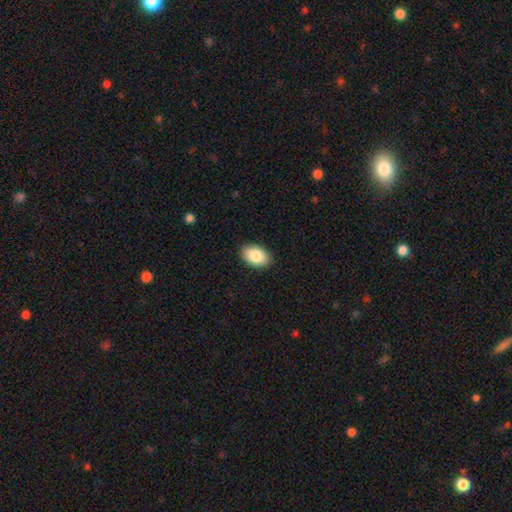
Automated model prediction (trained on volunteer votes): This appears to be a smooth galaxy with no disk features (86%) that is in between round and cigar-shaped (90%). Merging: none (90%).